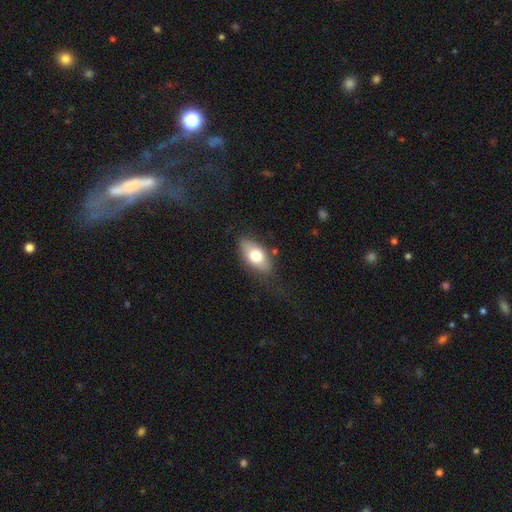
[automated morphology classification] This is likely a smooth galaxy (71%). How rounded: clearly in between (89%). Merging: likely none (76%).